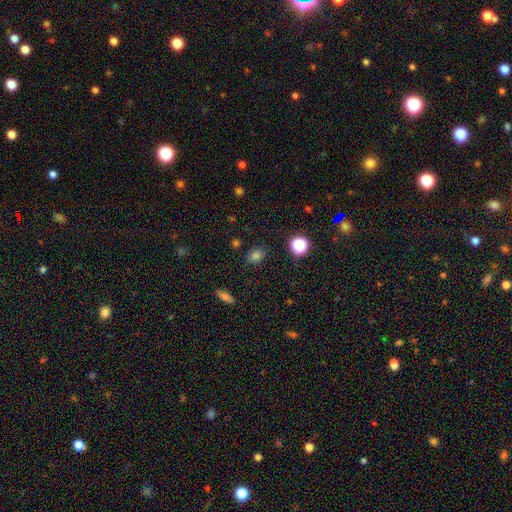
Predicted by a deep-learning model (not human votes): A smooth galaxy with no disk features (78%) that is round (54%). Merging: none (85%).